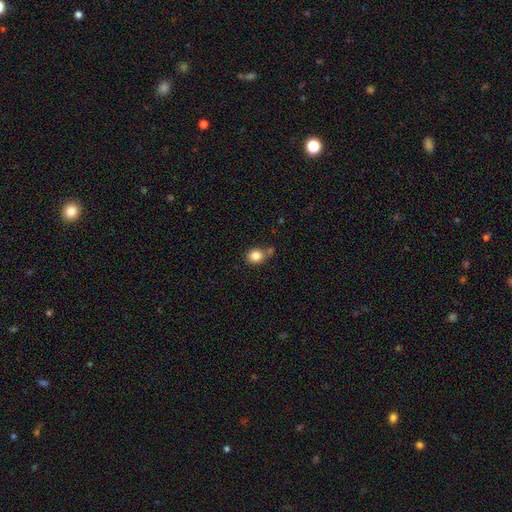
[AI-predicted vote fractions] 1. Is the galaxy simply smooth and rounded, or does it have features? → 83% smooth, 10% star or artifact, 7% featured or disk.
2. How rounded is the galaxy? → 76% round, 23% in between, 1% cigar-shaped.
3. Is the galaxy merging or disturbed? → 62% none, 18% merger, 16% minor disturbance, 4% major disturbance.